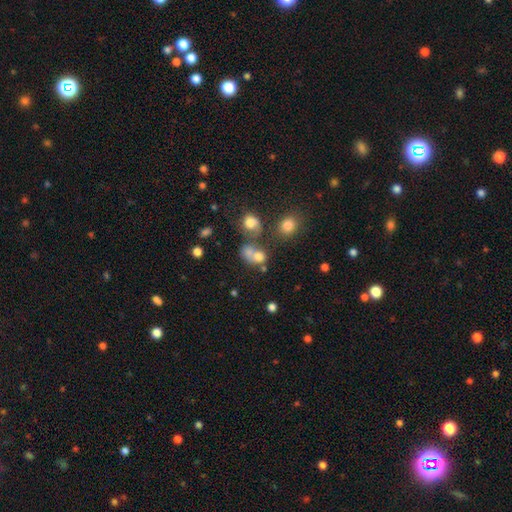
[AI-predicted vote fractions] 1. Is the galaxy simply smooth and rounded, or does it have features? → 64% smooth, 20% star or artifact, 16% featured or disk.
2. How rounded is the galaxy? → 53% round, 45% in between, 2% cigar-shaped.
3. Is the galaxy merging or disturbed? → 44% merger, 34% none, 12% minor disturbance, 10% major disturbance.